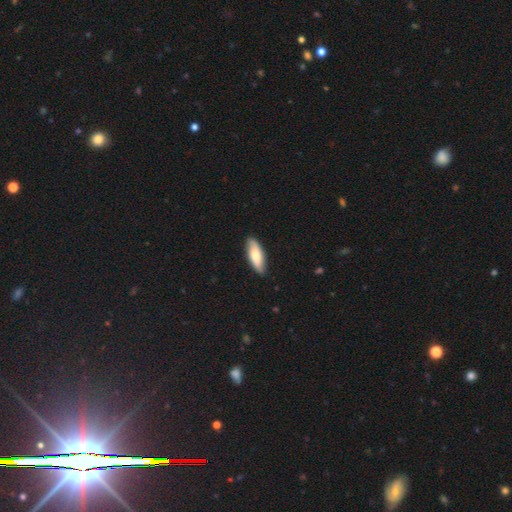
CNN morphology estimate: Smooth or featured: smooth — 70% (featured or disk — 25%)
How rounded: in between — 62% (cigar-shaped — 36%)
Merging: none — 87% (minor disturbance — 10%)